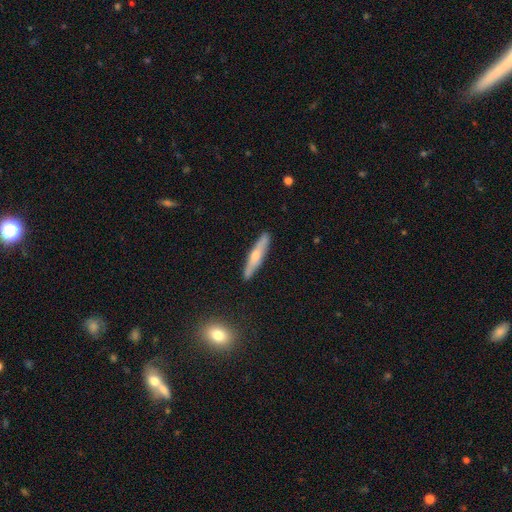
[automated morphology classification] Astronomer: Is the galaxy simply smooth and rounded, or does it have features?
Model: featured or disk — 48% (runner-up: smooth, 46%).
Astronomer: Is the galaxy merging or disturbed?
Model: none — 89%.